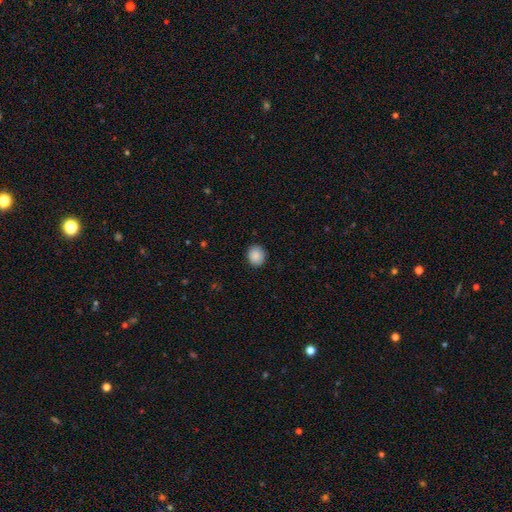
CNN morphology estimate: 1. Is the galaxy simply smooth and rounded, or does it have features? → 89% smooth, 8% star or artifact, 3% featured or disk.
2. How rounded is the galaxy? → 74% round, 25% in between, 1% cigar-shaped.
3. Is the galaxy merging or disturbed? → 89% none, 8% minor disturbance, 2% major disturbance, 1% merger.